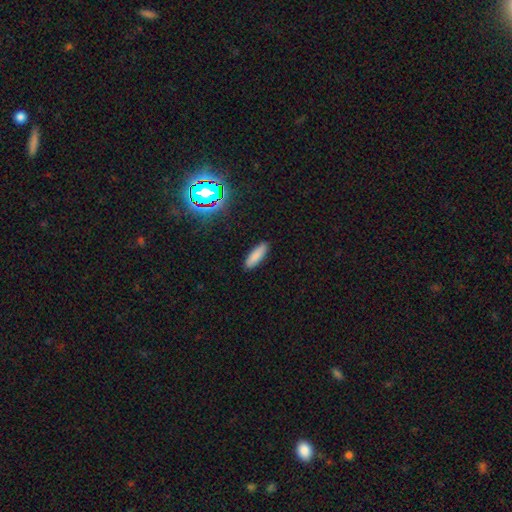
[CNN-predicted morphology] smooth_or_featured: smooth (p=0.85) [alt: star or artifact p=0.09]
how_rounded: in between (p=0.51) [alt: cigar-shaped p=0.47]
merging: none (p=0.90) [alt: minor disturbance p=0.07]